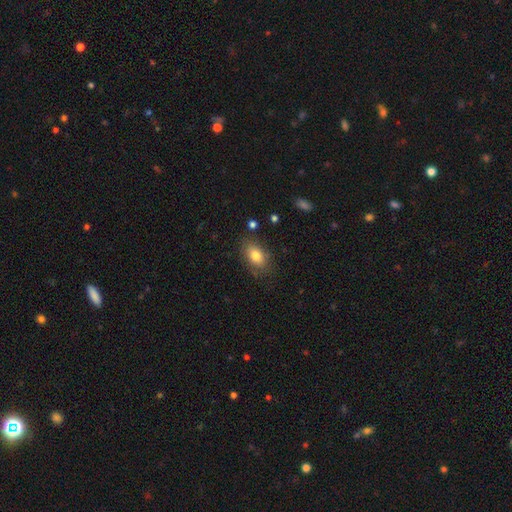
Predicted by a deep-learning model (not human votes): Q: Smooth or featured?
A: smooth (80%); runner-up: featured or disk (12%)
Q: How rounded?
A: in between (87%); runner-up: round (11%)
Q: Merging?
A: none (79%); runner-up: minor disturbance (15%)